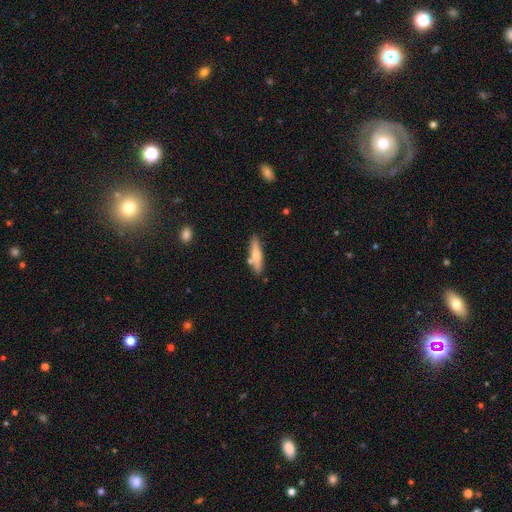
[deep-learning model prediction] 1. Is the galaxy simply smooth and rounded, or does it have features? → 61% smooth, 33% featured or disk, 6% star or artifact.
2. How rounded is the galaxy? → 75% cigar-shaped, 23% in between, 2% round.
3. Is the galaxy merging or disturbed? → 77% none, 12% minor disturbance, 8% merger, 3% major disturbance.